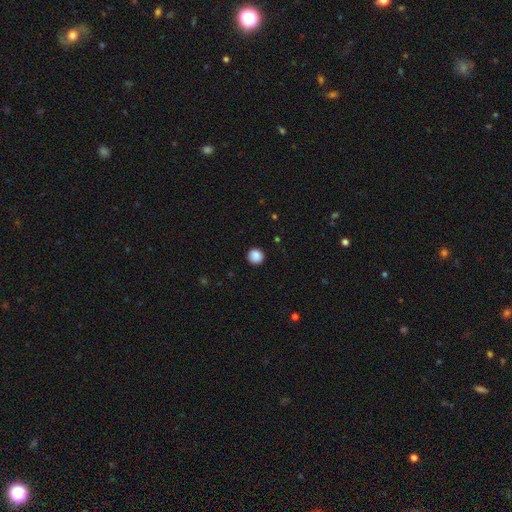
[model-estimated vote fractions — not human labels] smooth_or_featured: smooth (p=0.88) [alt: star or artifact p=0.09]
how_rounded: round (p=0.95) [alt: in between p=0.04]
merging: none (p=0.93) [alt: minor disturbance p=0.05]